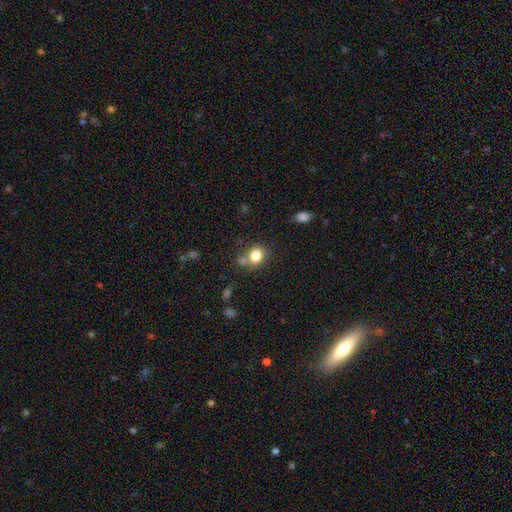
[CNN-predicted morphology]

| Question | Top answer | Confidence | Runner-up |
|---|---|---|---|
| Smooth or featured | smooth | 81% | star or artifact (11%) |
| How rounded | round | 66% | in between (33%) |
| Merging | none | 61% | merger (19%) |